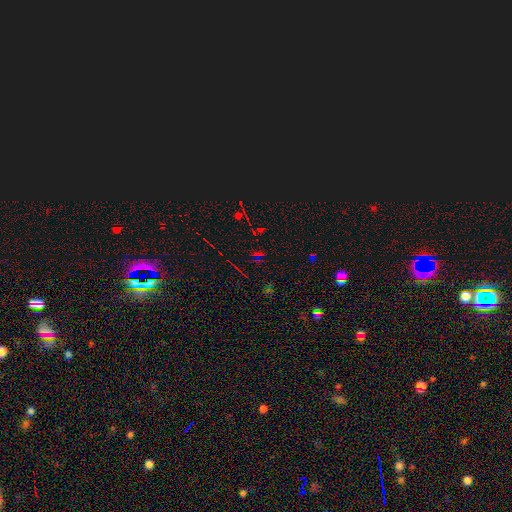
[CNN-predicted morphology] The model was most divided on "smooth or featured": star or artifact: 71%, smooth: 18%, featured or disk: 11%.